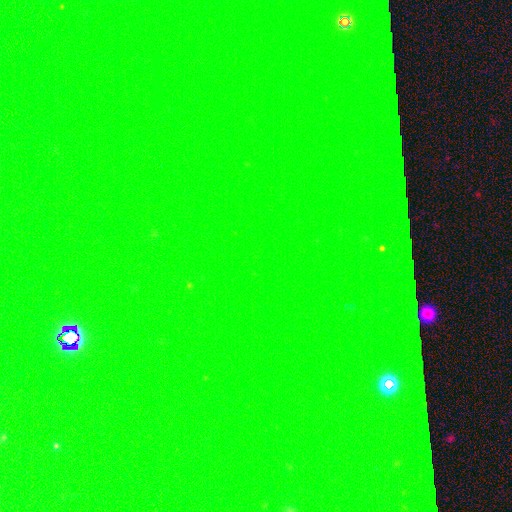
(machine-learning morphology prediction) Smooth or featured? Predicted: star or artifact (p=0.80).